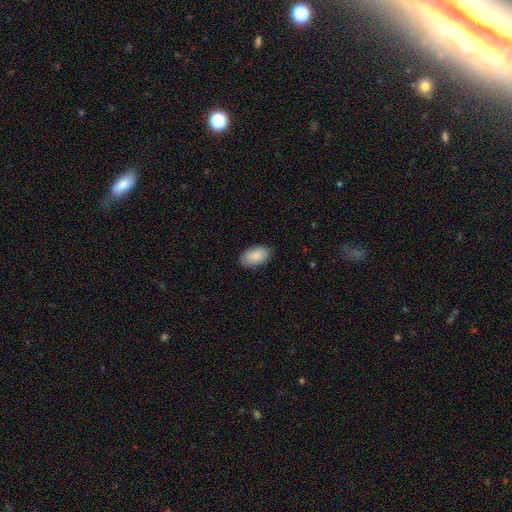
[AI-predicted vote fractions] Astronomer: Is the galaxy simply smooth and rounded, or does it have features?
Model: smooth — 88%.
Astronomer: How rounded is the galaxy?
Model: in between — 94%.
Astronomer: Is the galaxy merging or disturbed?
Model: none — 85%.